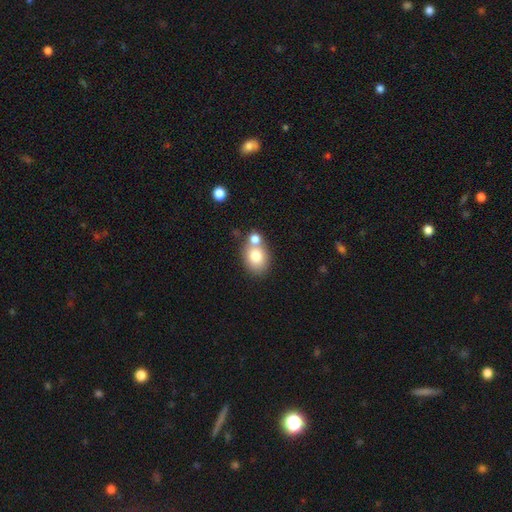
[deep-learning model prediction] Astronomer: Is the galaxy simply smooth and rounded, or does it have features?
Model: smooth — 78%.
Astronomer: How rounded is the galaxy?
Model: in between — 60% (runner-up: round, 38%).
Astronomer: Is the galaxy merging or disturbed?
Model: none — 52% (runner-up: merger, 34%).